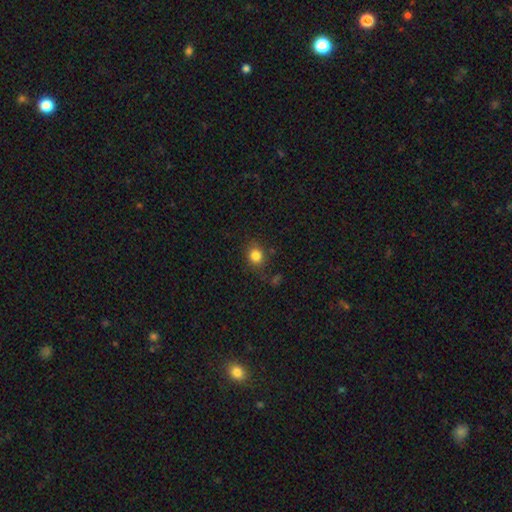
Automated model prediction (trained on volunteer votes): A smooth galaxy with no disk features (83%) that is round (74%). Merging: none (77%).